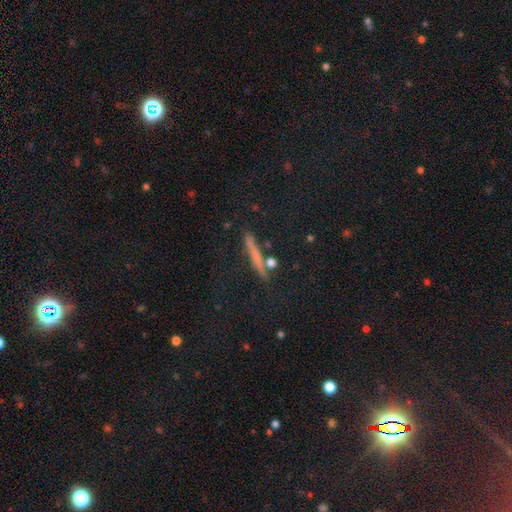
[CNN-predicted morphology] This appears to be a smooth galaxy with no disk features (47%). Merging: none (81%).